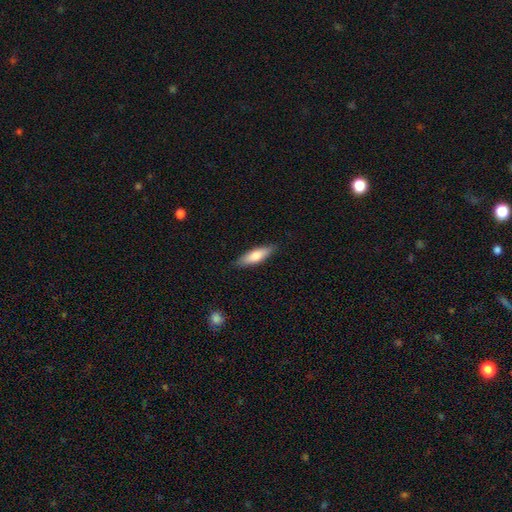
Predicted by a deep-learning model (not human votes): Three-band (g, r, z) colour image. It shows a smooth galaxy with no disk features (74%) that is cigar-shaped (53%). Merging: none (86%).